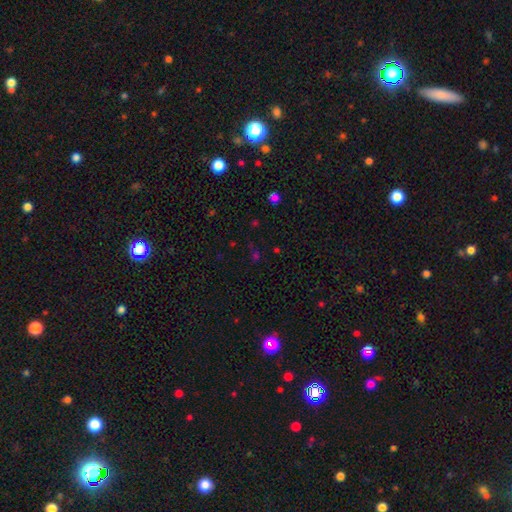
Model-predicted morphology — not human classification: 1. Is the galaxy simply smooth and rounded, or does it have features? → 52% star or artifact, 40% smooth, 8% featured or disk.